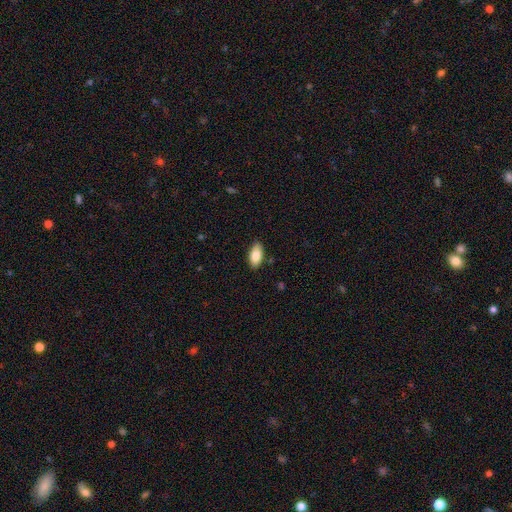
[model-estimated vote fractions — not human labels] smooth-or-featured: smooth: 83% | featured or disk: 10% | star or artifact: 7%
  how-rounded: in between: 92% | cigar-shaped: 5% | round: 3%
  merging: none: 87% | minor disturbance: 10% | major disturbance: 2% | merger: 1%